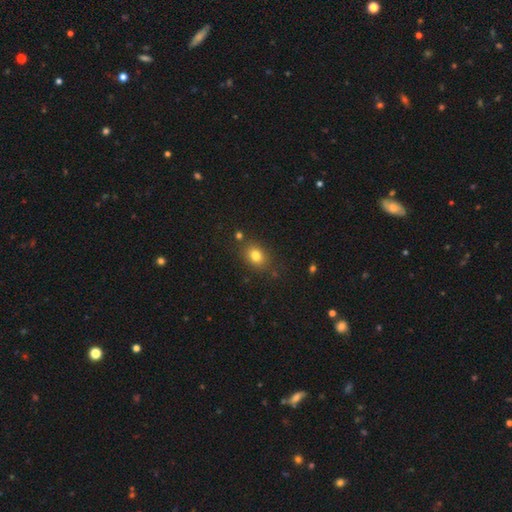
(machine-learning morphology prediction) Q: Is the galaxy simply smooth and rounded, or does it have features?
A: smooth — 79%.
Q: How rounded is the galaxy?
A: in between — 60%.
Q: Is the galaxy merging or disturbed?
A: none — 80%.